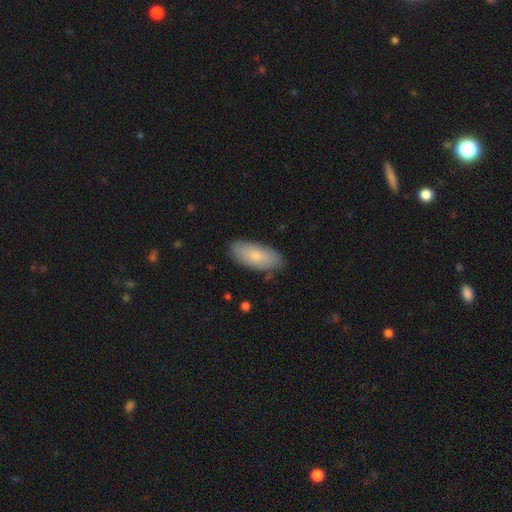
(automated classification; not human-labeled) Smooth or featured?
  - smooth: 78% *
  - featured or disk: 16%
  - star or artifact: 6%
How rounded?
  - in between: 89% *
  - cigar-shaped: 9%
  - round: 2%
Merging?
  - none: 82% *
  - minor disturbance: 14%
  - major disturbance: 3%
  - merger: 1%